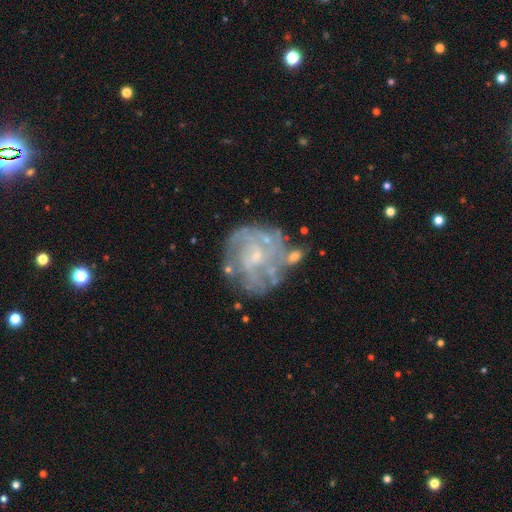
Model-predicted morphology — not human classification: Overall: featured or disk (78%). Edge-on disk: no (98%). Bar: no (65%; weak 30%). Spiral arms: yes (78%). Spiral arm count: can't tell (46%; 3 15%). Spiral winding: tight (55%; medium 32%). Bulge size: small (71%). Merging: none (64%).